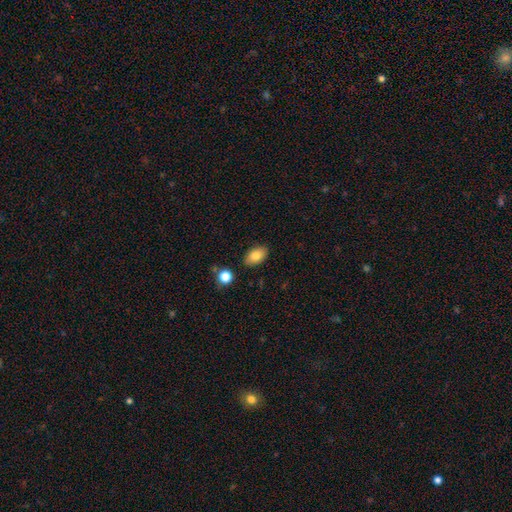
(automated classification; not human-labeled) A smooth galaxy with no disk features (82%) that is in between round and cigar-shaped (90%). Merging: none (85%).